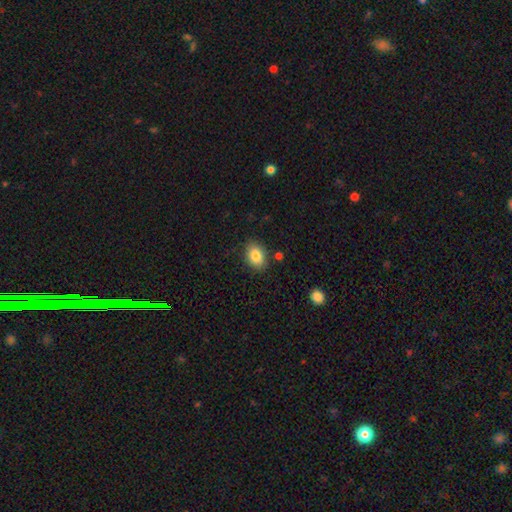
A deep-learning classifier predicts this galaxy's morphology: Smooth or featured?
  - smooth: 85% *
  - star or artifact: 8%
  - featured or disk: 8%
How rounded?
  - in between: 79% *
  - round: 20%
  - cigar-shaped: 1%
Merging?
  - none: 85% *
  - minor disturbance: 10%
  - major disturbance: 3%
  - merger: 2%